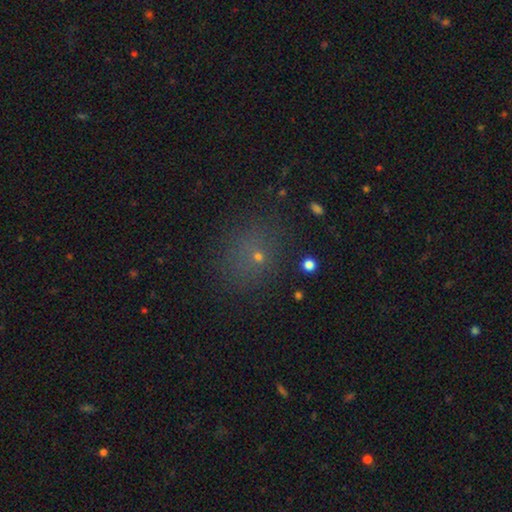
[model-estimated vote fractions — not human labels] smooth 57%, star or artifact 30%, featured or disk 13%. Down the decision tree: how rounded — round (72%); merging — none (75%).